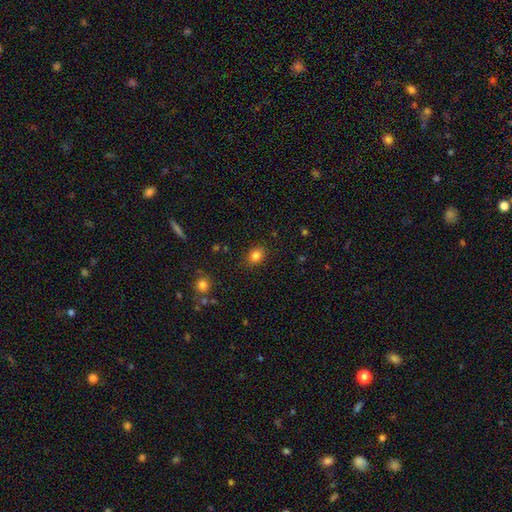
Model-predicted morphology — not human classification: type=smooth (82%); roundness=in between (52%); merging=none (86%).